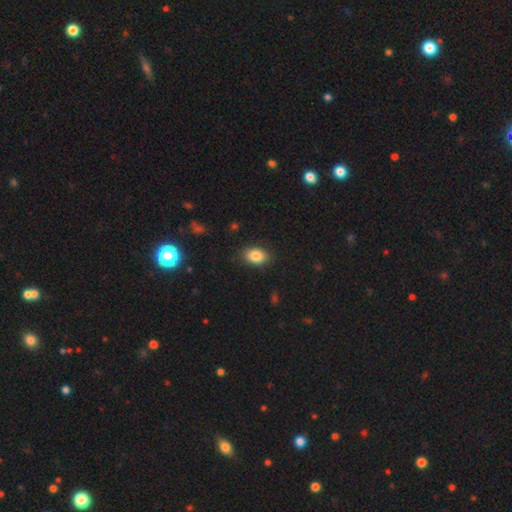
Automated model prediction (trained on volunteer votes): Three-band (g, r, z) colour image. It shows a smooth galaxy with no disk features (85%) that is in between round and cigar-shaped (79%). Merging: none (87%).